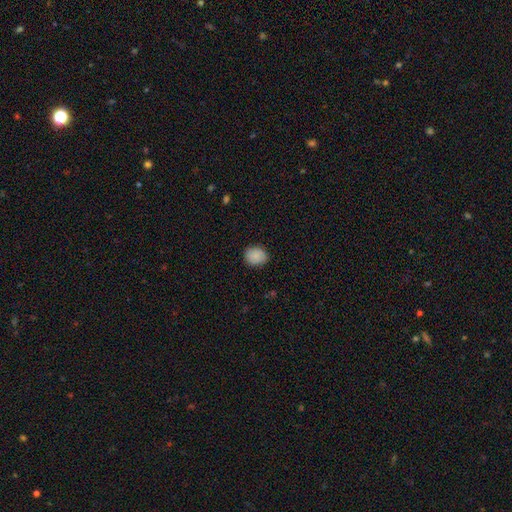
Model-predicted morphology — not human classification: Smooth or featured: smooth — 86% (star or artifact — 8%)
How rounded: round — 63% (in between — 37%)
Merging: none — 84% (minor disturbance — 13%)